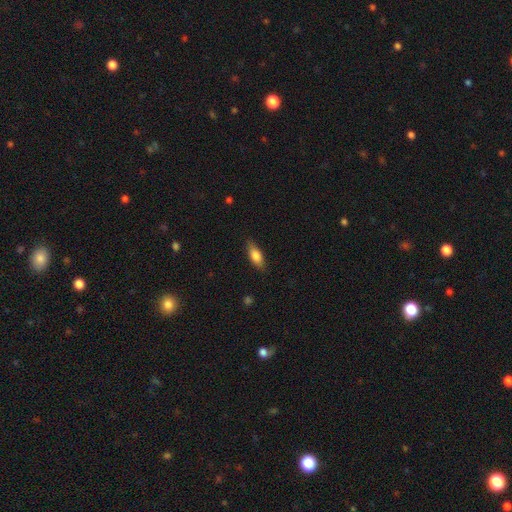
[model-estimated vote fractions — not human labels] smooth_or_featured: smooth (p=0.78) [alt: featured or disk p=0.15]
how_rounded: in between (p=0.72) [alt: cigar-shaped p=0.25]
merging: none (p=0.84) [alt: minor disturbance p=0.13]